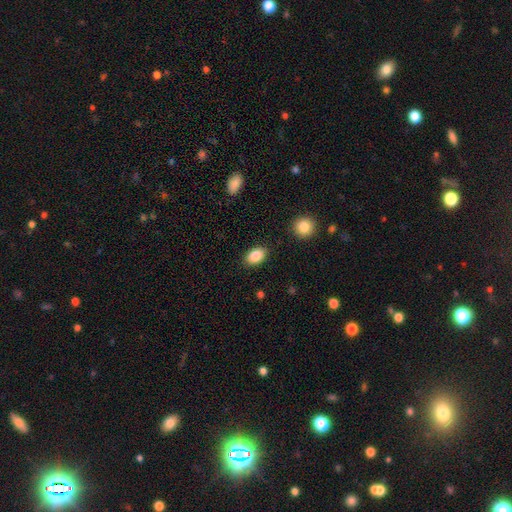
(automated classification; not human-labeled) Morphology: type=smooth (86%); roundness=in between (86%); merging=none (87%).